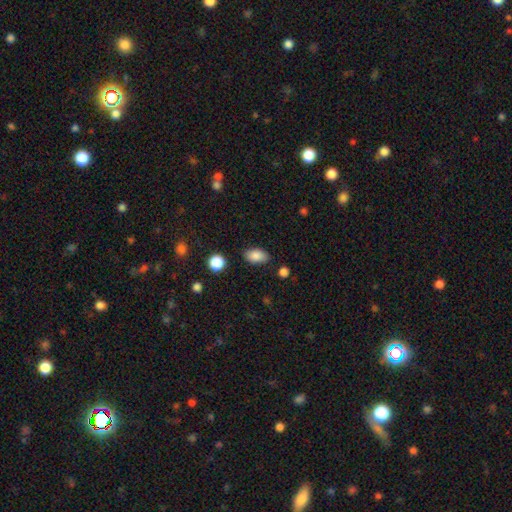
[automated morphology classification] Smooth or featured? Predicted: smooth (p=0.85). How rounded? Predicted: in between (p=0.90). Merging? Predicted: none (p=0.82).